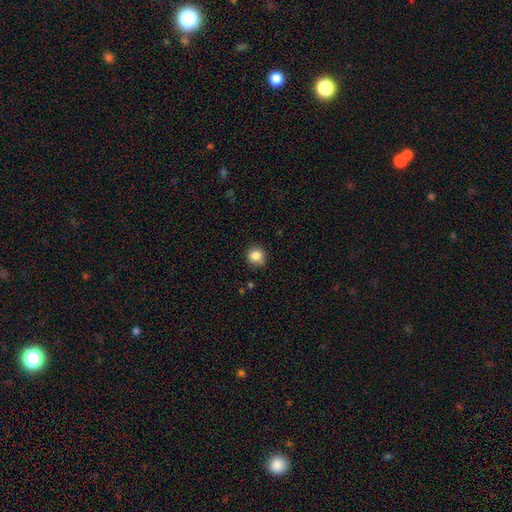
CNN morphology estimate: smooth 85%, star or artifact 10%, featured or disk 5%. Down the decision tree: how rounded — round (91%); merging — none (82%).